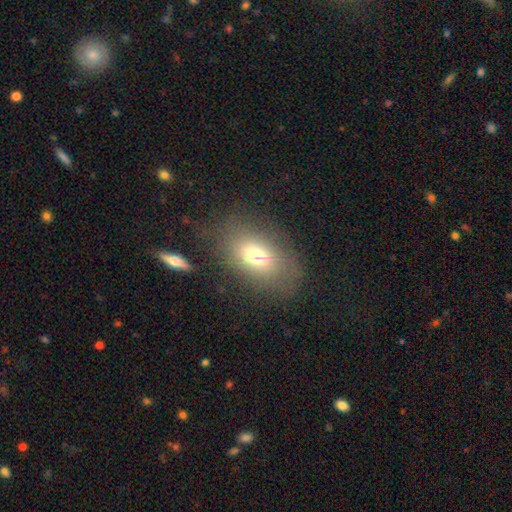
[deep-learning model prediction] Smooth or featured? Predicted: smooth (p=0.71). How rounded? Predicted: in between (p=0.82). Merging? Predicted: none (p=0.71).